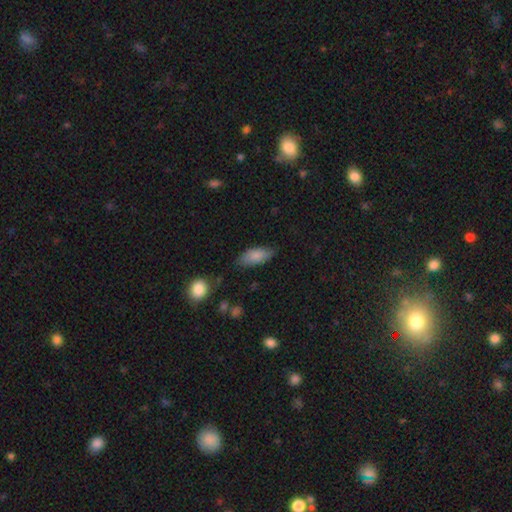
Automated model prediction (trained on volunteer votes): A smooth galaxy with no disk features (83%) that is in between round and cigar-shaped (84%).

Vote fractions:
- Smooth or featured? smooth: 83% / featured or disk: 11% / star or artifact: 7%
- How rounded? in between: 84% / cigar-shaped: 14% / round: 2%
- Merging? none: 73% / minor disturbance: 21% / major disturbance: 4% / merger: 2%